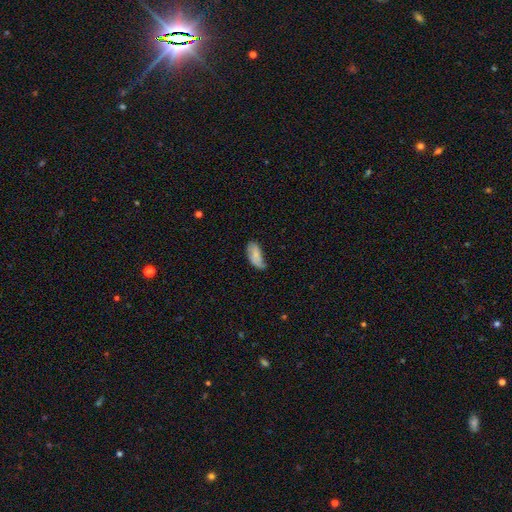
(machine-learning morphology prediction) smooth-or-featured: smooth: 69% | featured or disk: 24% | star or artifact: 7%
  how-rounded: in between: 89% | cigar-shaped: 8% | round: 2%
  merging: none: 42% | minor disturbance: 41% | major disturbance: 14% | merger: 3%